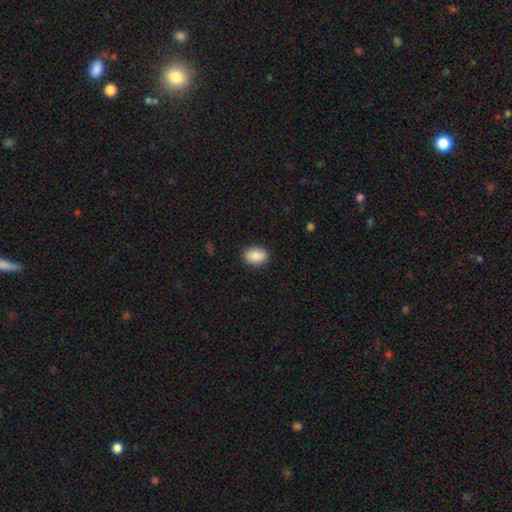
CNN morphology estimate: smooth 86%, star or artifact 7%, featured or disk 7%. Down the decision tree: how rounded — in between (74%); merging — none (89%).